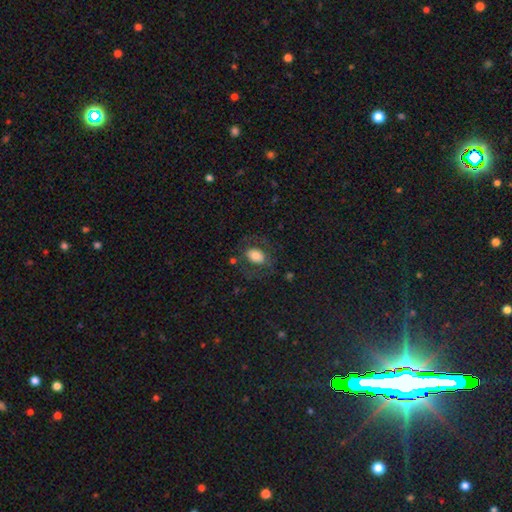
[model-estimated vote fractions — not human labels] A smooth galaxy with no disk features (70%) that is in between round and cigar-shaped (80%).

Vote fractions:
- Smooth or featured? smooth: 70% / featured or disk: 21% / star or artifact: 10%
- How rounded? in between: 80% / round: 19% / cigar-shaped: 1%
- Merging? none: 68% / minor disturbance: 15% / major disturbance: 14% / merger: 2%